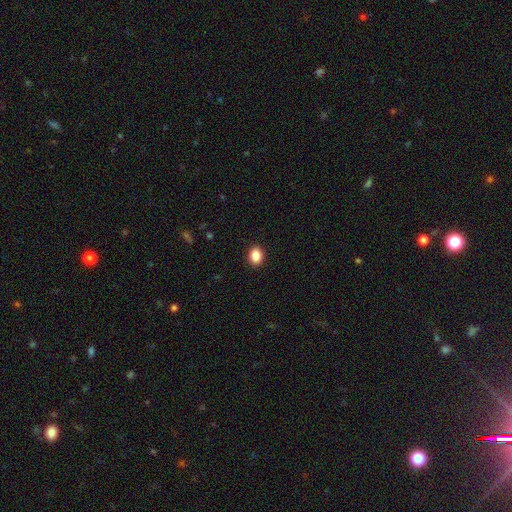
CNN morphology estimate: Q: Smooth or featured?
A: smooth (87%); runner-up: star or artifact (9%)
Q: How rounded?
A: in between (60%); runner-up: round (39%)
Q: Merging?
A: none (91%); runner-up: minor disturbance (6%)